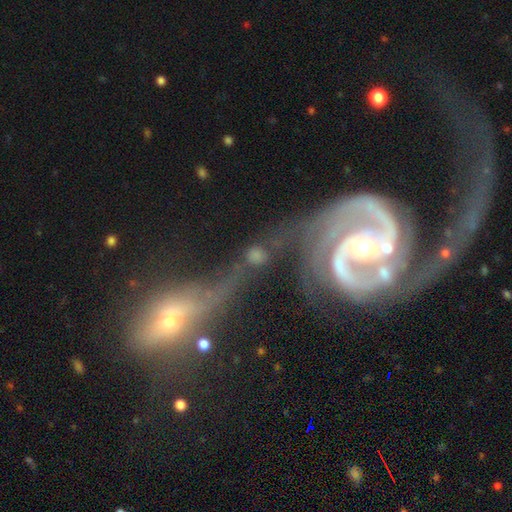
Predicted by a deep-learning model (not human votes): Overall: featured or disk (62%; smooth 24%). Edge-on disk: no (86%). Bar: no (49%; weak 31%). Spiral arms: yes (78%). Bulge size: moderate (42%; small 39%). Merging: none (34%; merger 30%).